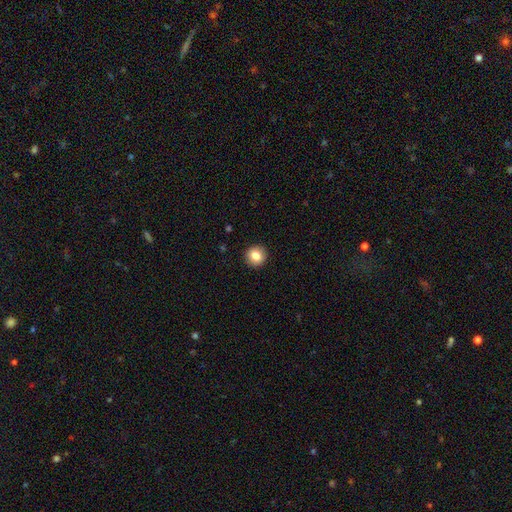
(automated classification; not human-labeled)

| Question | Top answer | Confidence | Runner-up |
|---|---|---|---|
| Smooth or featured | smooth | 83% | star or artifact (9%) |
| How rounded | round | 93% | in between (6%) |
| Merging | none | 93% | minor disturbance (5%) |